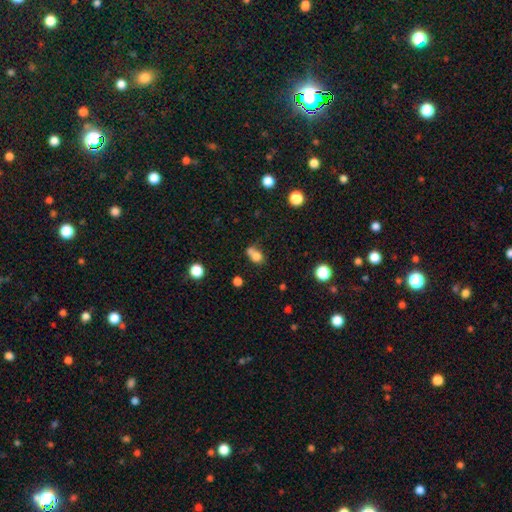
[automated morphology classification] A smooth galaxy with no disk features (75%) that is in between round and cigar-shaped (49%, tied with round).

Vote fractions:
- Smooth or featured? smooth: 75% / star or artifact: 13% / featured or disk: 12%
- How rounded? in between: 49% (tied) / round: 49% (tied) / cigar-shaped: 2%
- Merging? merger: 47% / none: 32% / minor disturbance: 14% / major disturbance: 7%